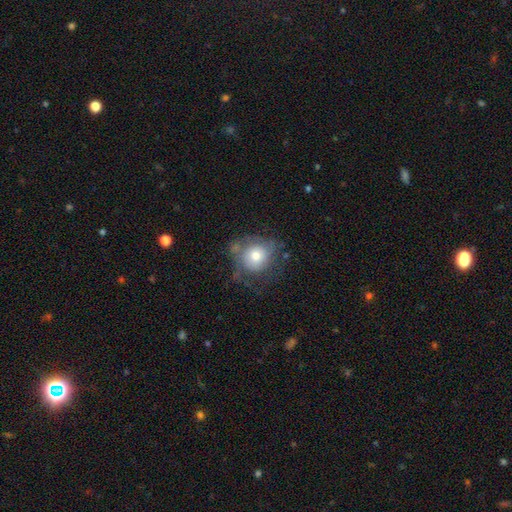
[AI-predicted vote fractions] smooth 58%, featured or disk 33%, star or artifact 9%. Down the decision tree: how rounded — round (80%); merging — none (49%).